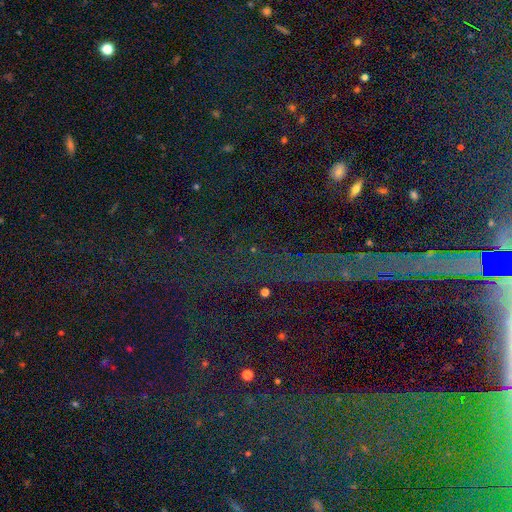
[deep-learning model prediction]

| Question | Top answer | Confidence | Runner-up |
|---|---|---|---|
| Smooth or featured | star or artifact | 84% | smooth (9%) |